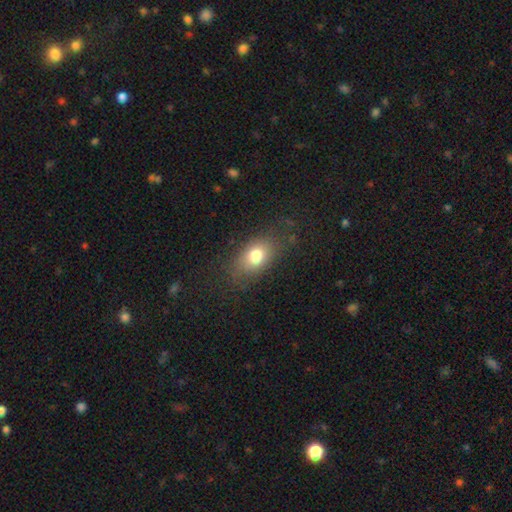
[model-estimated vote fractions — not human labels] The model was most divided on "merging": none: 74%, minor disturbance: 16%, major disturbance: 8%, merger: 1%. More confident: how rounded — in between (78%); smooth or featured — smooth (76%).